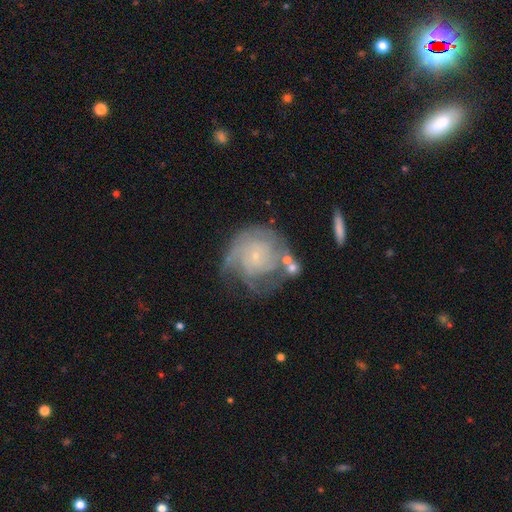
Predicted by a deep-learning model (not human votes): Morphology: type=featured or disk (75%); edge-on=no (97%); bar=no (79%); spiral arms=yes (87%); winding=tight (61%); arm count=can't tell (46%); bulge=small (84%); merging=none (49%).